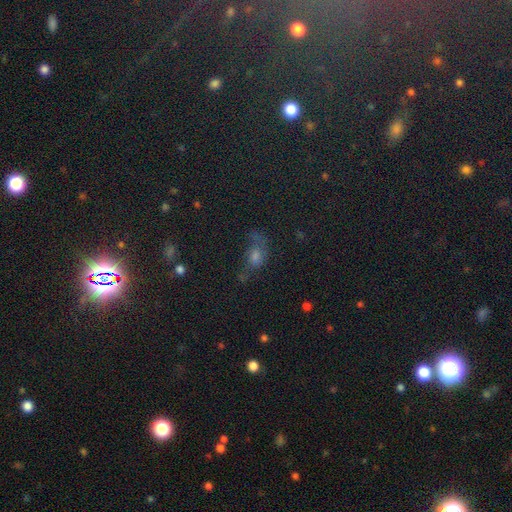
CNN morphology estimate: smooth-or-featured: smooth: 50% | star or artifact: 33% | featured or disk: 18%
  merging: none: 45% | minor disturbance: 23% | major disturbance: 22% | merger: 9%